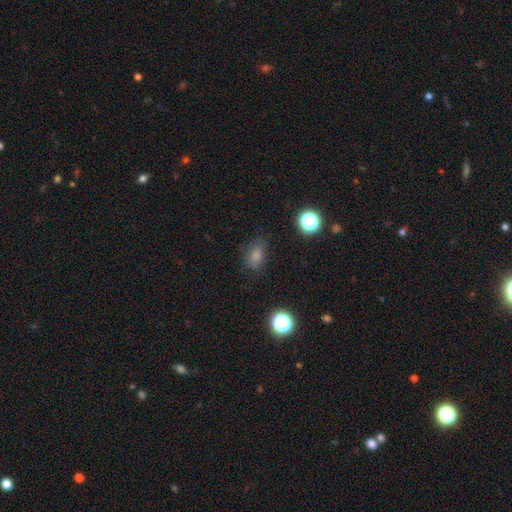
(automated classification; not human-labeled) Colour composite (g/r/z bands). It shows a smooth galaxy with no disk features (77%) that is in between round and cigar-shaped (77%). Merging: none (75%).